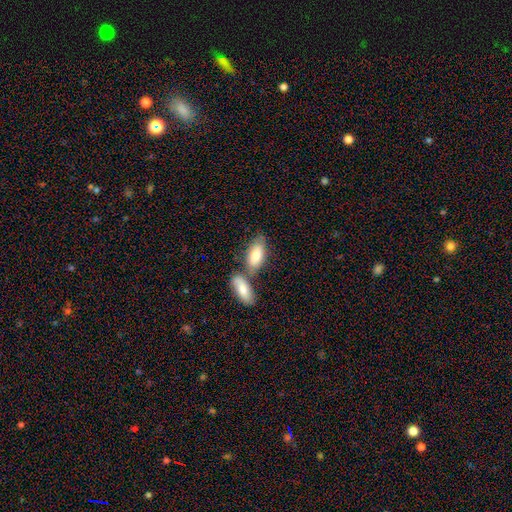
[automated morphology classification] A smooth galaxy with no disk features (79%) that is in between round and cigar-shaped (85%). Merging: none (45%).